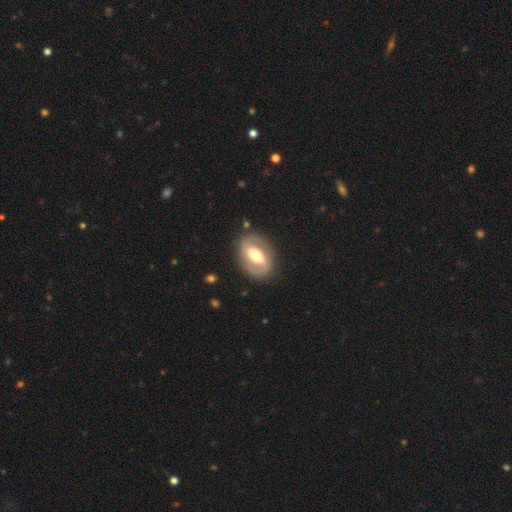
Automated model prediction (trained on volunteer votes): A featured or disk galaxy (74%) with a strong bar (41%), 2 (87%) medium (45%) spiral arms (73%) and a moderate central bulge (68%).

Vote fractions:
- Smooth or featured? featured or disk: 74% / smooth: 22% / star or artifact: 5%
- Edge-on disk? no: 96% / yes: 4%
- Bar? strong: 41% / weak: 35% / no: 23%
- Spiral arms? yes: 73% / no: 27%
- Spiral winding? medium: 45% / tight: 33% / loose: 22%
- Spiral arm count? 2: 87% / can't tell: 7% / 1: 3% / 3: 1% / 4: 1% / more than 4: 1%
- Bulge size? moderate: 68% / large: 16% / small: 14% / dominant: 2% / none: 1%
- Merging? none: 84% / minor disturbance: 10% / major disturbance: 4% / merger: 1%